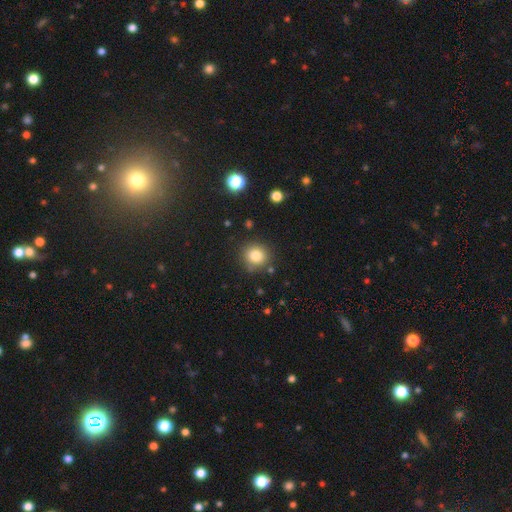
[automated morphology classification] This is clearly a smooth galaxy (82%). How rounded: clearly round (90%). Merging: clearly none (84%).